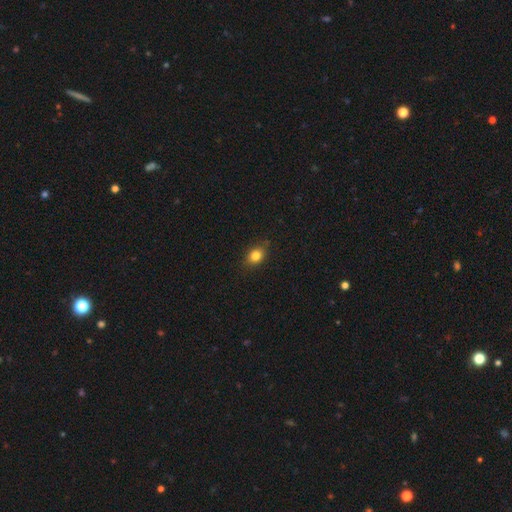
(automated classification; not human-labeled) A smooth galaxy with no disk features (82%) that is in between round and cigar-shaped (54%). Merging: none (82%).